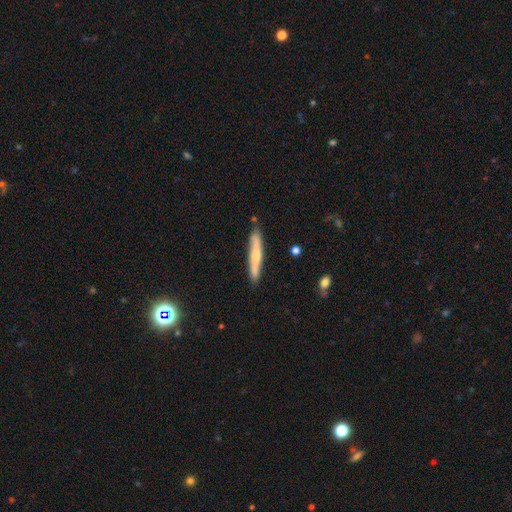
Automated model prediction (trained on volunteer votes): The model was most divided on "smooth or featured": smooth: 55%, featured or disk: 40%, star or artifact: 6%. More confident: how rounded — cigar-shaped (94%); merging — none (84%).